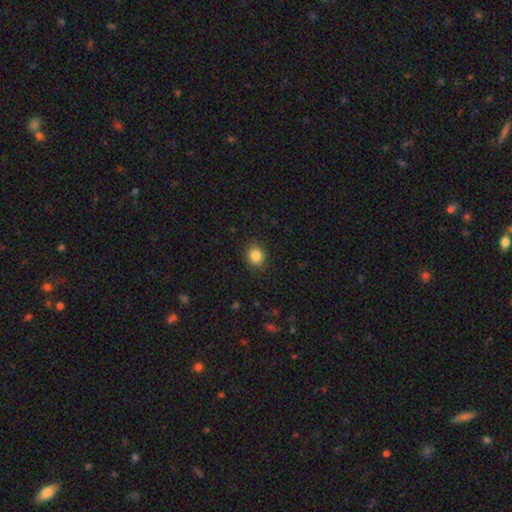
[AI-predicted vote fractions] Overall: smooth (85%). How rounded: round (78%). Merging: none (87%).